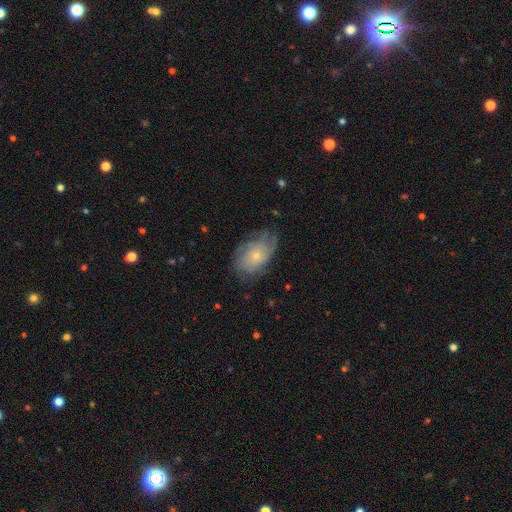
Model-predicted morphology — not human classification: A featured or disk galaxy (55%) with no bar (85%), spiral arms (78%) and a small central bulge (71%).

Vote fractions:
- Smooth or featured? featured or disk: 55% / smooth: 37% / star or artifact: 8%
- Edge-on disk? no: 95% / yes: 5%
- Bar? no: 85% / weak: 13% / strong: 2%
- Spiral arms? yes: 78% / no: 22%
- Bulge size? small: 71% / moderate: 24% / none: 3% / large: 2% / dominant: 1%
- Merging? none: 60% / minor disturbance: 27% / major disturbance: 12% / merger: 1%